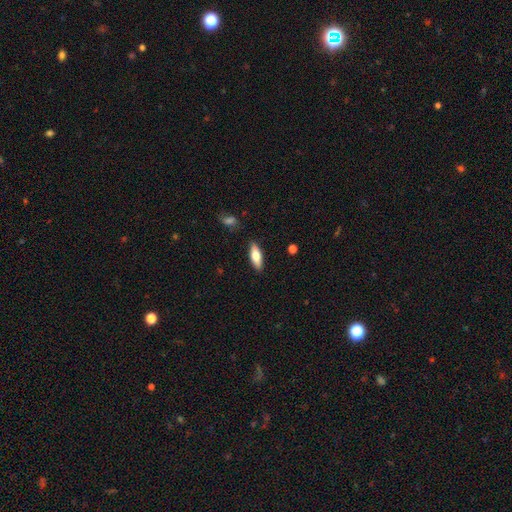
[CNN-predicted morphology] Smooth or featured: smooth — 68% (featured or disk — 26%)
How rounded: in between — 65% (cigar-shaped — 33%)
Merging: none — 87% (minor disturbance — 10%)